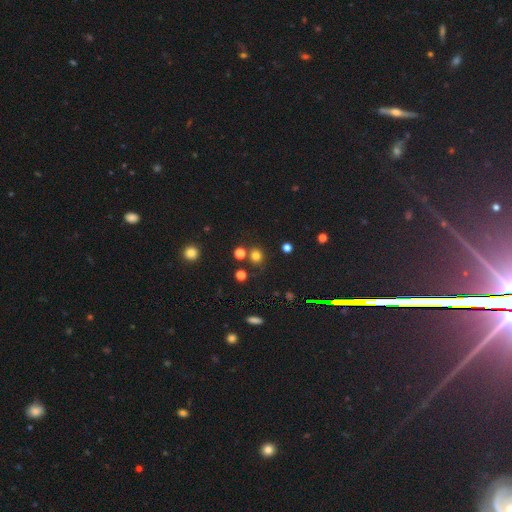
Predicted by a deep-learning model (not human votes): This appears to be a smooth galaxy with no disk features (73%) that is round (87%). Merging: none (76%).